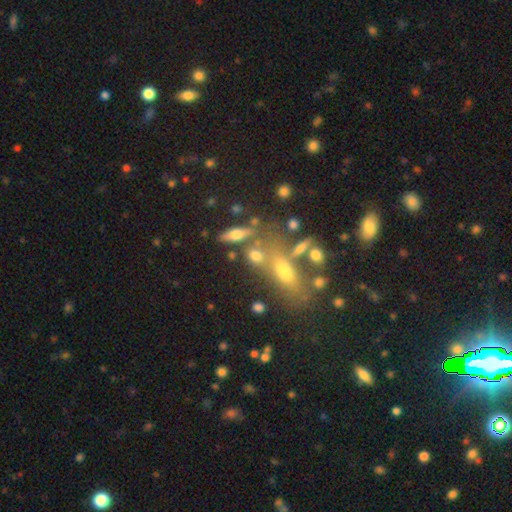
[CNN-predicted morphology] Smooth or featured: smooth — 62% (featured or disk — 24%)
How rounded: in between — 54% (round — 26%)
Merging: none — 50% (merger — 28%)